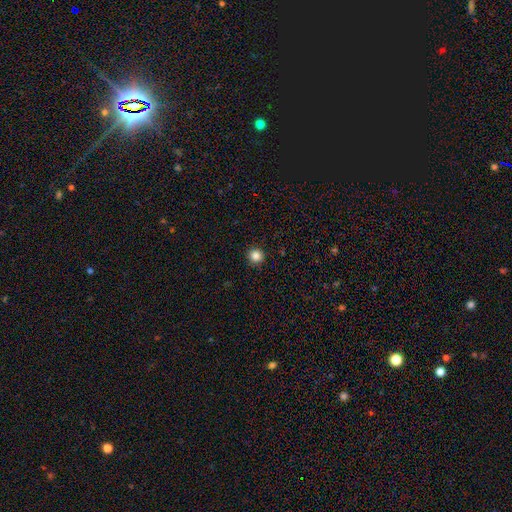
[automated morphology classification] This is clearly a smooth galaxy (85%). How rounded: clearly round (94%). Merging: clearly none (92%).